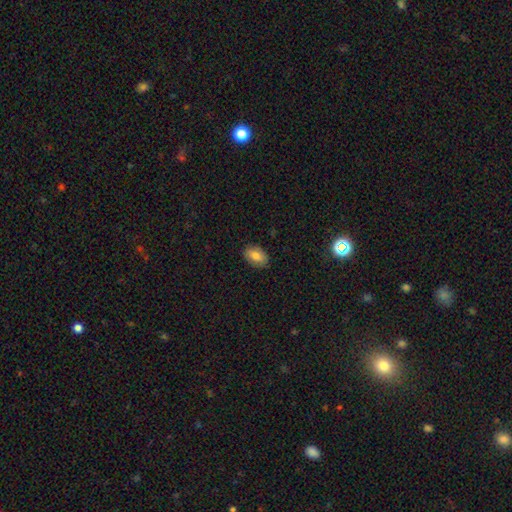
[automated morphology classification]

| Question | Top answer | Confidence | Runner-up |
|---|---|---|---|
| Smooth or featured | smooth | 79% | featured or disk (13%) |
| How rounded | in between | 88% | round (10%) |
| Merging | none | 87% | minor disturbance (10%) |